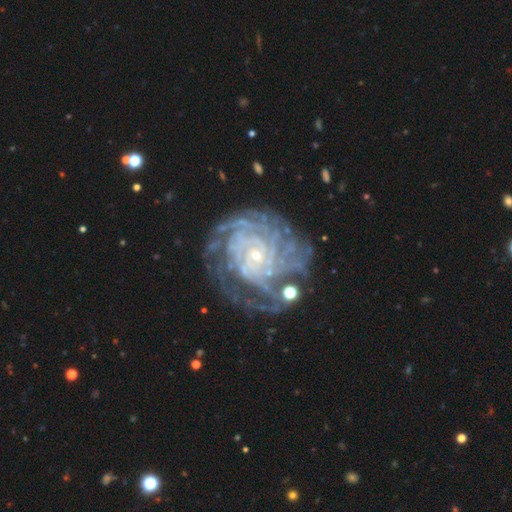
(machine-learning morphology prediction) Smooth or featured: featured or disk — 89% (star or artifact — 6%)
Edge-on disk: no — 98% (yes — 2%)
Bar: no — 74% (weak — 19%)
Spiral arms: yes — 98% (no — 2%)
Spiral winding: tight — 81% (medium — 16%)
Spiral arm count: more than 4 — 33% (4 — 23%)
Bulge size: small — 86% (moderate — 10%)
Merging: none — 68% (minor disturbance — 18%)